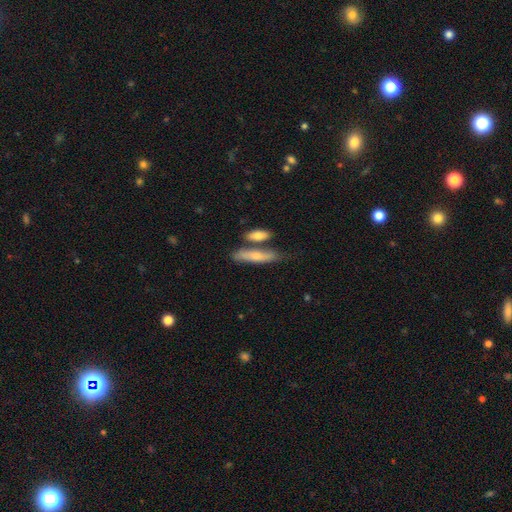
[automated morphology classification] Smooth or featured: smooth — 67% (featured or disk — 28%)
How rounded: cigar-shaped — 72% (in between — 25%)
Merging: none — 54% (merger — 25%)